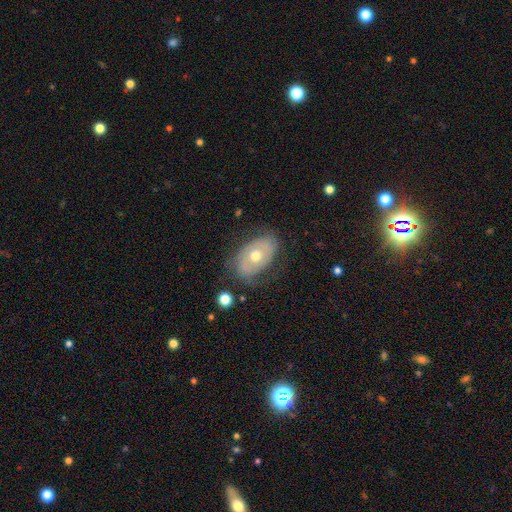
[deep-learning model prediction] Morphology: type=featured or disk (55%); edge-on=no (92%); bar=no (85%); spiral arms=no (63%); bulge=moderate (76%); merging=none (65%).